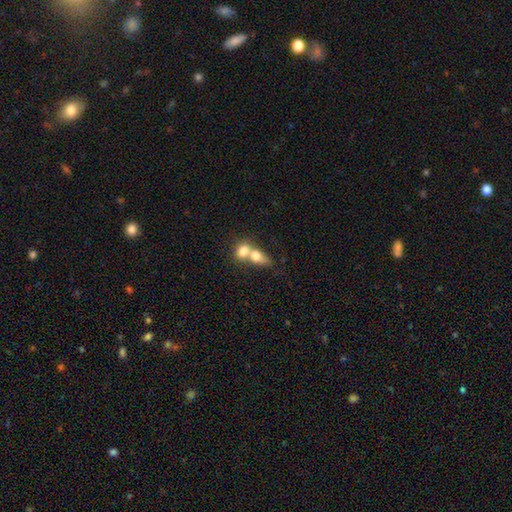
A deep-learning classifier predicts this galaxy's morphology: smooth-or-featured: smooth: 74% | featured or disk: 18% | star or artifact: 8%
  how-rounded: in between: 65% | round: 32% | cigar-shaped: 3%
  merging: merger: 76% | none: 15% | minor disturbance: 5% | major disturbance: 4%